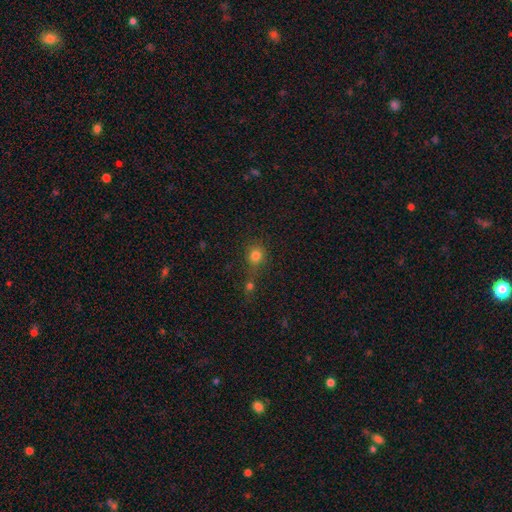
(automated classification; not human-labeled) smooth 79%, star or artifact 14%, featured or disk 7%. Down the decision tree: how rounded — round (84%); merging — none (51%).